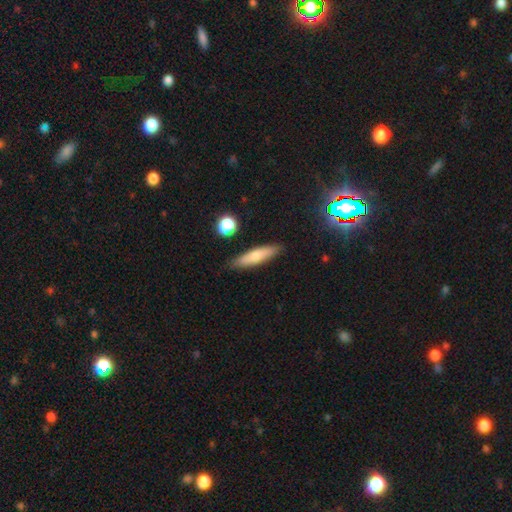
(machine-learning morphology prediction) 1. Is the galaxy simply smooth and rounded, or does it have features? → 72% smooth, 21% featured or disk, 7% star or artifact.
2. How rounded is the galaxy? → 74% cigar-shaped, 24% in between, 2% round.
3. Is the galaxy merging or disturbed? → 86% none, 10% minor disturbance, 2% major disturbance, 2% merger.